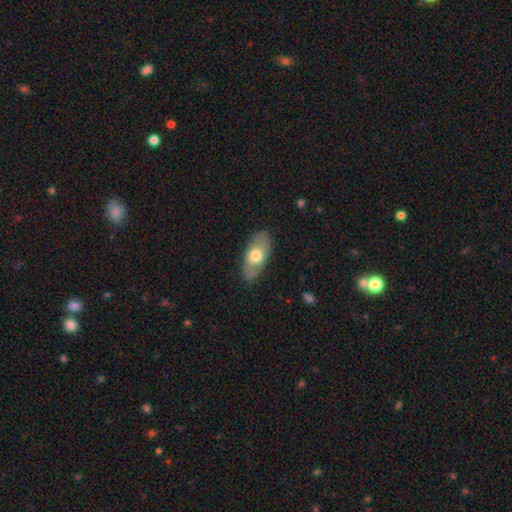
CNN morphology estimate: smooth_or_featured: smooth (p=0.62) [alt: featured or disk p=0.33]
how_rounded: in between (p=0.88) [alt: cigar-shaped p=0.07]
merging: none (p=0.81) [alt: minor disturbance p=0.14]